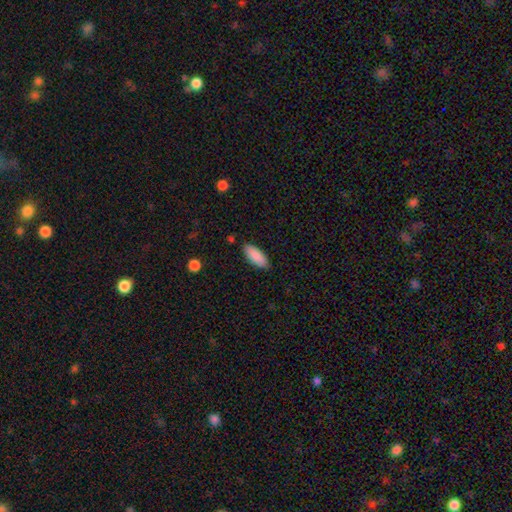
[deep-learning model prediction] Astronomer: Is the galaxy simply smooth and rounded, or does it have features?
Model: smooth — 89%.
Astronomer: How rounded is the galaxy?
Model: in between — 79%.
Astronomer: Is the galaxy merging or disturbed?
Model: none — 87%.